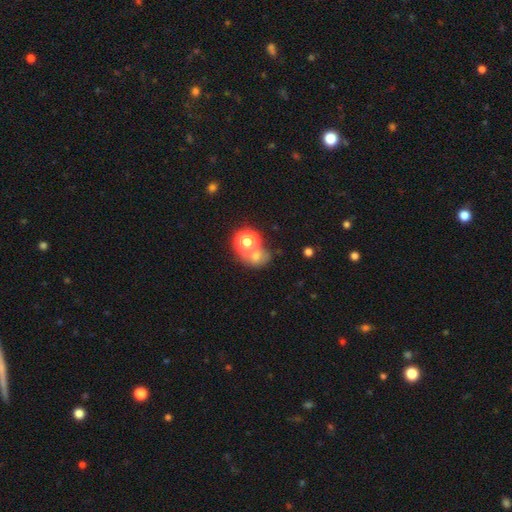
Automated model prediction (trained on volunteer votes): Smooth or featured? Predicted: smooth (p=0.62). How rounded? Predicted: round (p=0.65). Merging? Predicted: none (p=0.44).